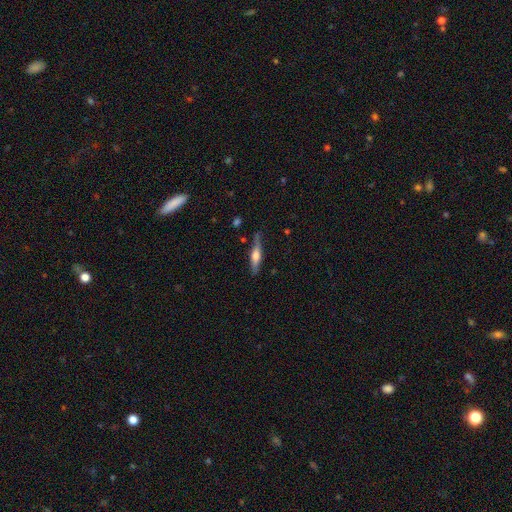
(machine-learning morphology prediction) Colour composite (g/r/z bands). It shows a featured or disk galaxy (58%) viewed edge-on (94%) with a rounded central bulge (86%). Merging: none (81%).